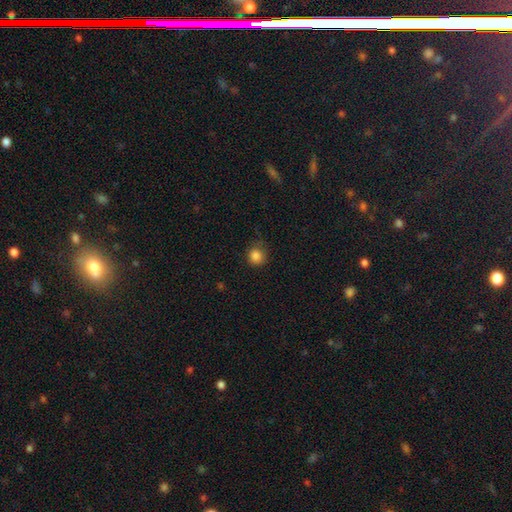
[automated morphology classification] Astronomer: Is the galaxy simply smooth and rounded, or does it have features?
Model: smooth — 84%.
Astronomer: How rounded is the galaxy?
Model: round — 87%.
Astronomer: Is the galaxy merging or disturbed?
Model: none — 73%.